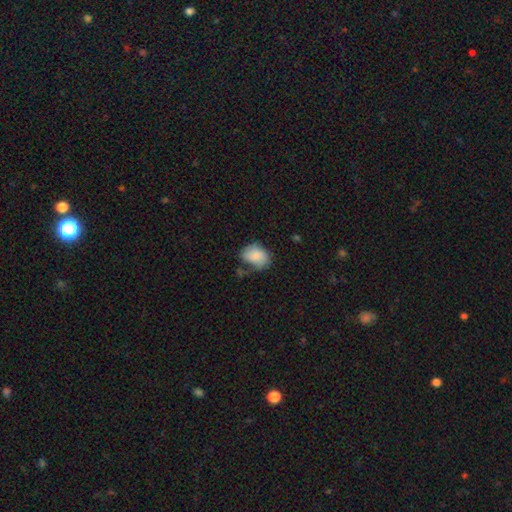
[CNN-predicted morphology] The model was most divided on "merging": none: 46%, minor disturbance: 32%, major disturbance: 14%, merger: 7%. More confident: smooth or featured — smooth (78%); how rounded — in between (69%).